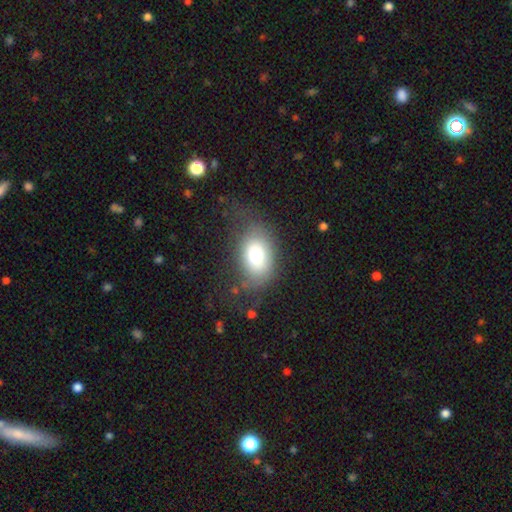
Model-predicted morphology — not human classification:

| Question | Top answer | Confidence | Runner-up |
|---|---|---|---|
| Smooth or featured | smooth | 71% | featured or disk (19%) |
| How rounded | in between | 78% | round (21%) |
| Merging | none | 59% | minor disturbance (22%) |